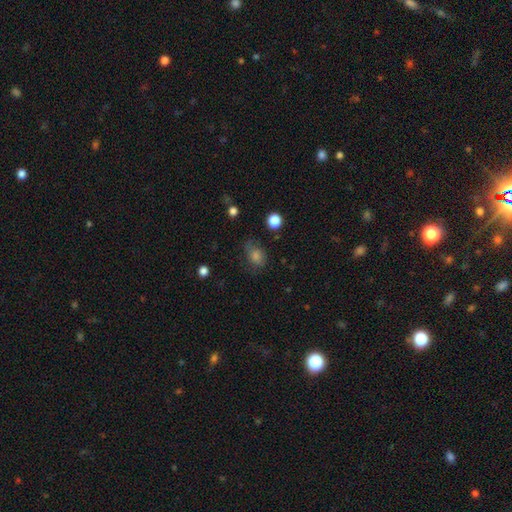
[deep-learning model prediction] Smooth or featured? smooth (62%)
How rounded? in between (61%)
Merging? none (63%)